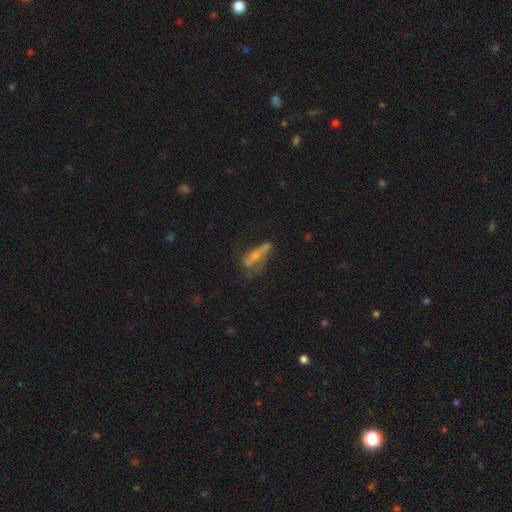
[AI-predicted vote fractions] smooth-or-featured: featured or disk: 48% | smooth: 39% | star or artifact: 12%
  merging: none: 35% | major disturbance: 29% | minor disturbance: 23% | merger: 13%